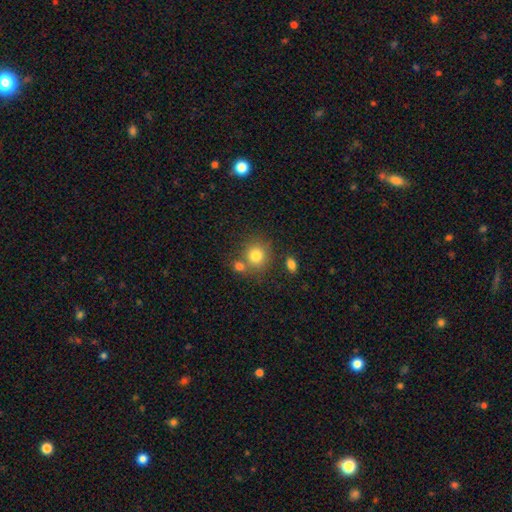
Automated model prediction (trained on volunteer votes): smooth-or-featured: smooth: 79% | star or artifact: 11% | featured or disk: 10%
  how-rounded: round: 85% | in between: 14% | cigar-shaped: 1%
  merging: none: 61% | merger: 25% | minor disturbance: 10% | major disturbance: 4%